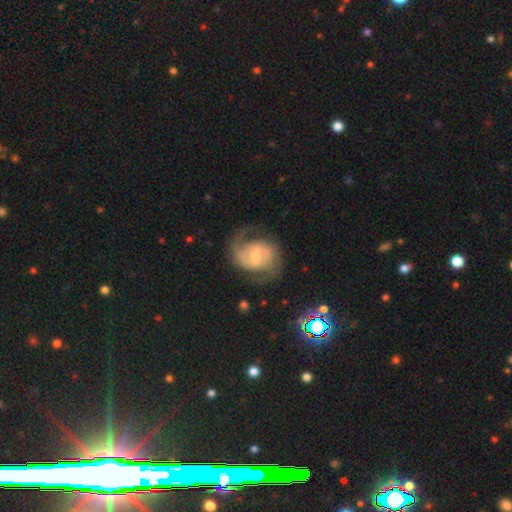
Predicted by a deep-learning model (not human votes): This appears to be a featured or disk galaxy (86%) with a weak bar (45%), 2 (86%) medium (52%) spiral arms (96%) and a small central bulge (46%). Merging: none (70%).